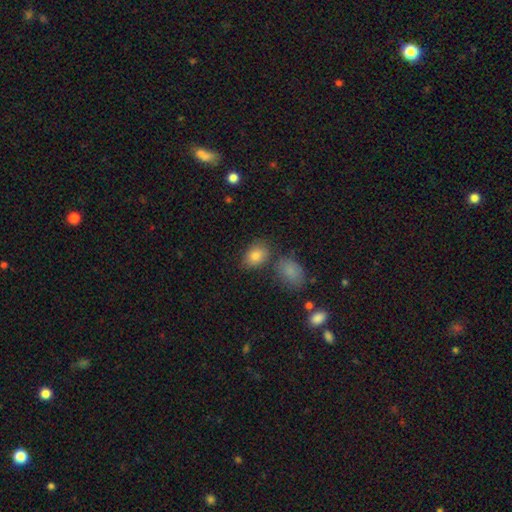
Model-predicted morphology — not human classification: The model was most divided on "merging": none: 67%, minor disturbance: 15%, merger: 14%, major disturbance: 4%. More confident: smooth or featured — smooth (83%); how rounded — in between (77%).